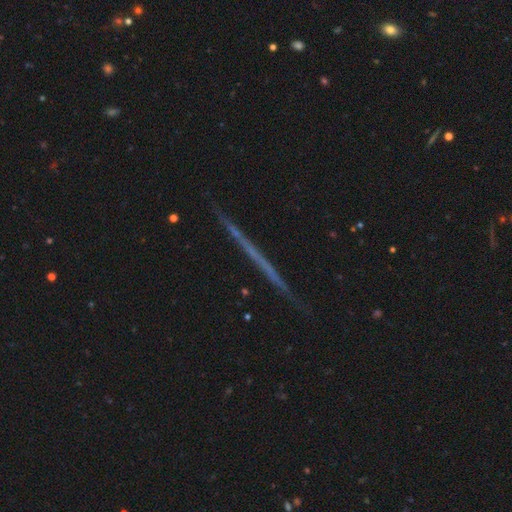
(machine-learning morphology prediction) smooth_or_featured: featured or disk (p=0.53) [alt: smooth p=0.24]
disk_edge_on: yes (p=0.95) [alt: no p=0.05]
edge_on_bulge: none (p=0.90) [alt: rounded p=0.06]
merging: none (p=0.91) [alt: minor disturbance p=0.06]